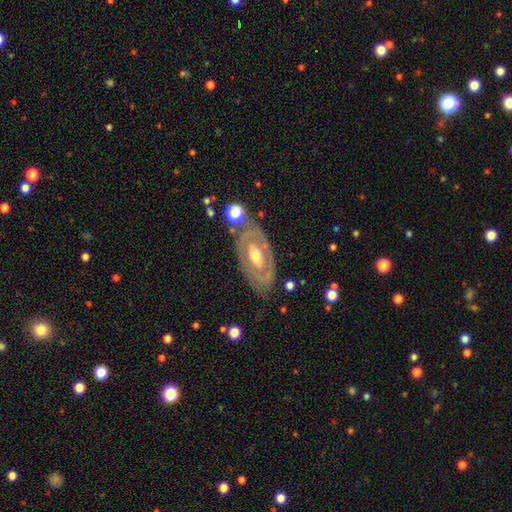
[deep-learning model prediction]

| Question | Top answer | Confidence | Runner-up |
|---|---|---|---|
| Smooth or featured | featured or disk | 74% | smooth (22%) |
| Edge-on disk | no | 91% | yes (9%) |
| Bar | no | 70% | weak (21%) |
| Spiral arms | no | 58% | yes (42%) |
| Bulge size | moderate | 72% | small (17%) |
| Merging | none | 74% | minor disturbance (16%) |